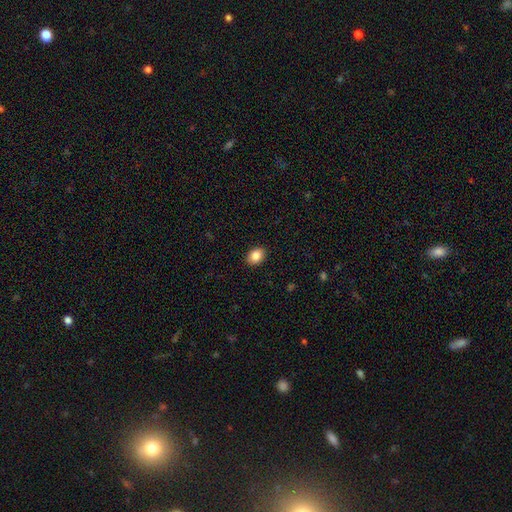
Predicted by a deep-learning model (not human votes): Smooth or featured: smooth — 85% (star or artifact — 9%)
How rounded: in between — 69% (round — 30%)
Merging: none — 90% (minor disturbance — 7%)